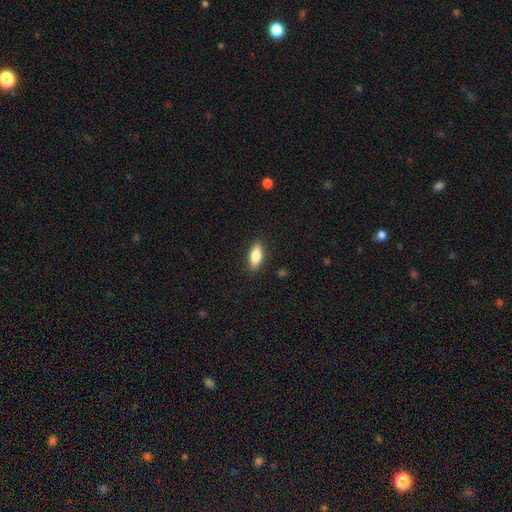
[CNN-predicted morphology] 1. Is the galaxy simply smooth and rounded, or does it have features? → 81% smooth, 13% featured or disk, 6% star or artifact.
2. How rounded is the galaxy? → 71% in between, 26% cigar-shaped, 2% round.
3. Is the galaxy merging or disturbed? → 89% none, 8% minor disturbance, 2% major disturbance, 1% merger.